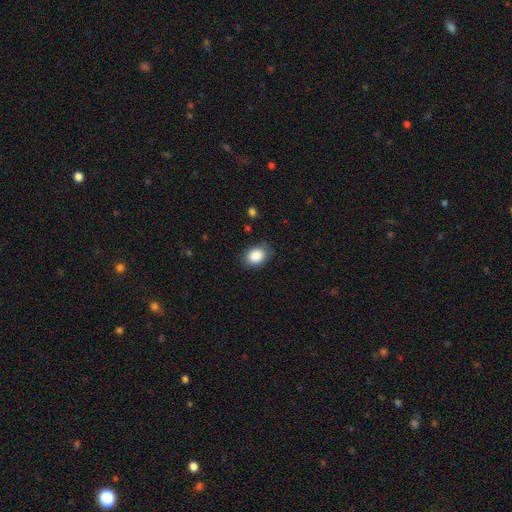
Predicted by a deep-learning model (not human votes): smooth_or_featured: smooth (p=0.87) [alt: star or artifact p=0.08]
how_rounded: in between (p=0.65) [alt: round p=0.34]
merging: none (p=0.81) [alt: minor disturbance p=0.14]